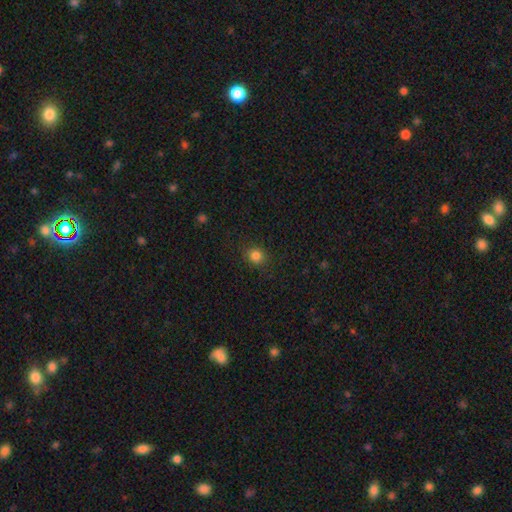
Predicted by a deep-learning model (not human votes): This appears to be a smooth galaxy with no disk features (83%) that is round (82%). Merging: none (87%).